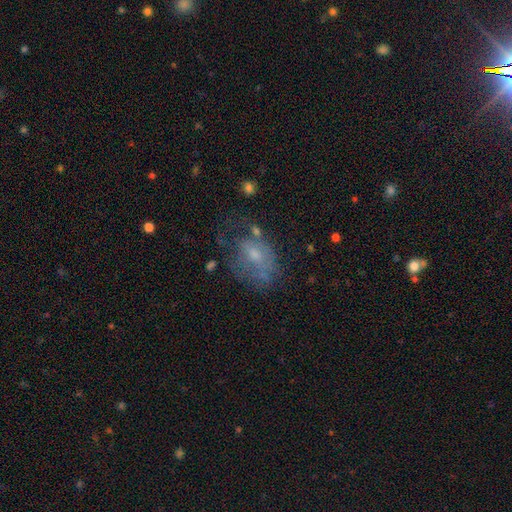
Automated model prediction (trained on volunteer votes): featured or disk 48%, smooth 40%, star or artifact 12%. Down the decision tree: merging — none (38%).